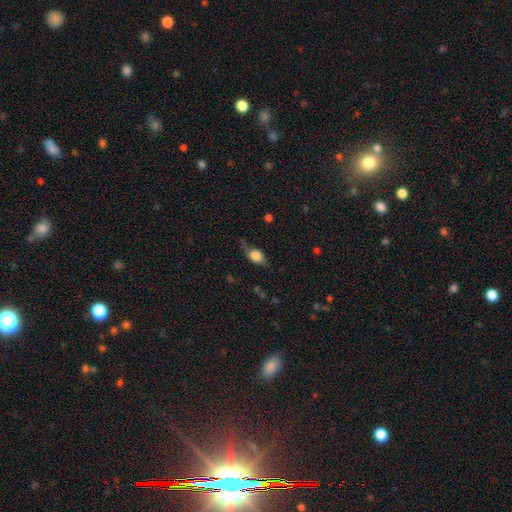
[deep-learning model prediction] smooth-or-featured: smooth: 67% | featured or disk: 25% | star or artifact: 8%
  how-rounded: in between: 77% | round: 15% | cigar-shaped: 8%
  merging: none: 56% | minor disturbance: 30% | major disturbance: 12% | merger: 2%